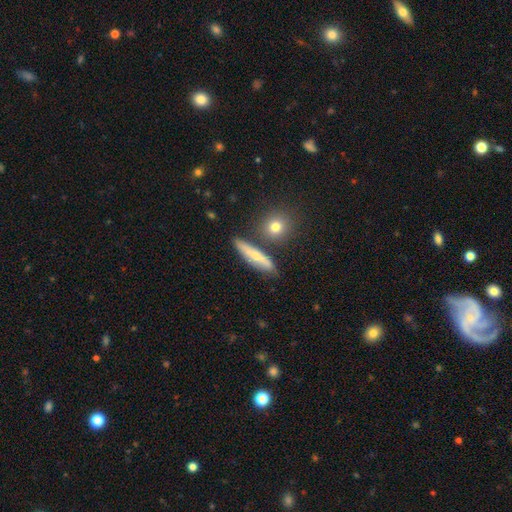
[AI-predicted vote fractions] Smooth or featured? Predicted: smooth (p=0.53). How rounded? Predicted: cigar-shaped (p=0.74). Merging? Predicted: none (p=0.76).